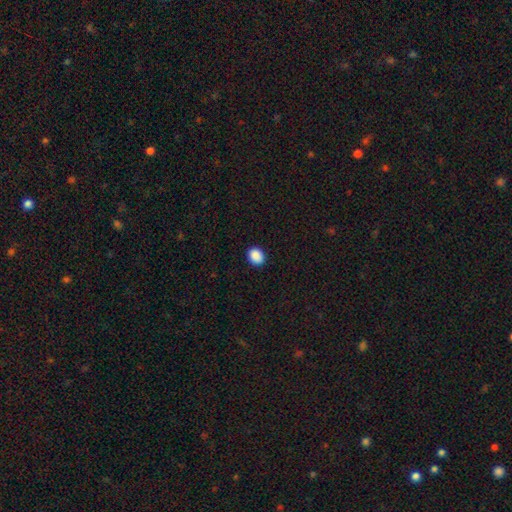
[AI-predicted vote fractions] smooth-or-featured: smooth: 89% | star or artifact: 8% | featured or disk: 2%
  how-rounded: round: 51% | in between: 48% | cigar-shaped: 1%
  merging: none: 90% | minor disturbance: 7% | major disturbance: 2% | merger: 1%